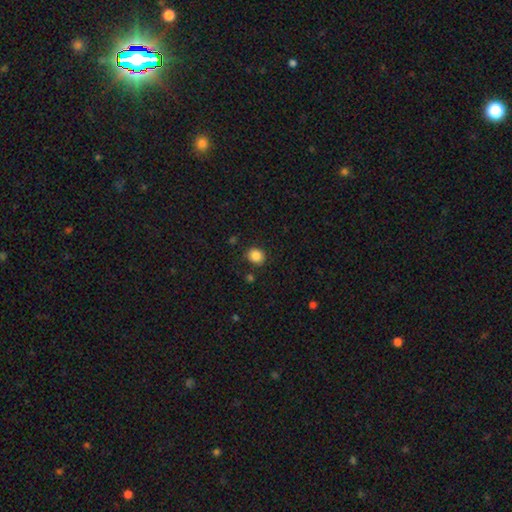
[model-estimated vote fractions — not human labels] Smooth or featured: smooth — 86% (star or artifact — 10%)
How rounded: round — 74% (in between — 25%)
Merging: none — 86% (minor disturbance — 9%)